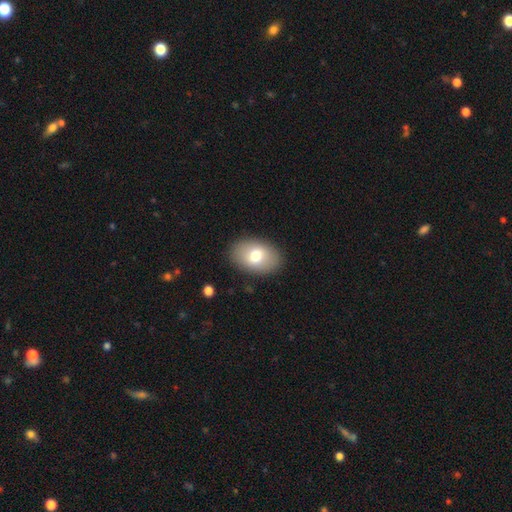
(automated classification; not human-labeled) Smooth or featured? Predicted: smooth (p=0.73). How rounded? Predicted: in between (p=0.86). Merging? Predicted: none (p=0.88).